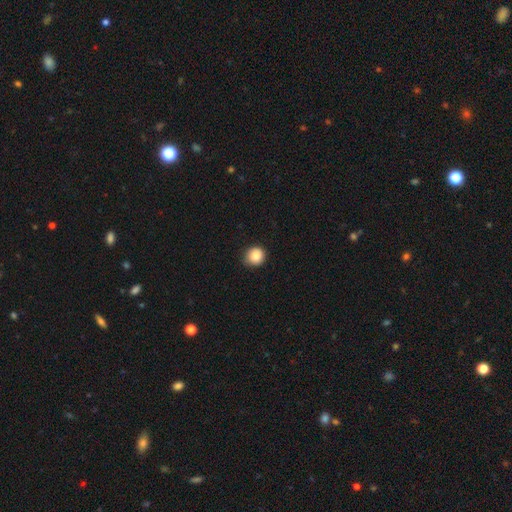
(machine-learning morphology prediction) smooth-or-featured: smooth: 86% | star or artifact: 9% | featured or disk: 4%
  how-rounded: round: 87% | in between: 12% | cigar-shaped: 1%
  merging: none: 80% | minor disturbance: 16% | major disturbance: 3% | merger: 1%